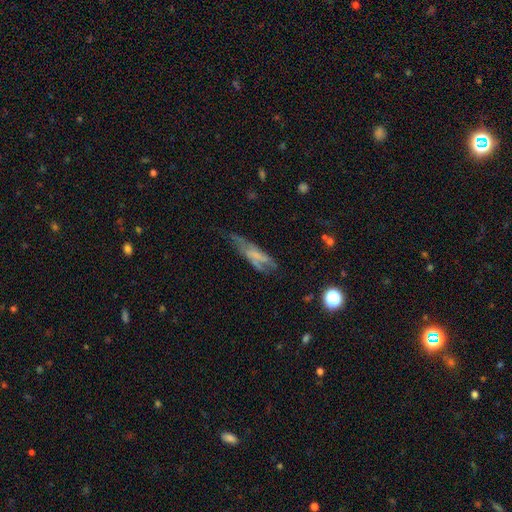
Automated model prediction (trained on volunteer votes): Smooth or featured: featured or disk — 47% (smooth — 41%)
Merging: none — 37% (minor disturbance — 30%)